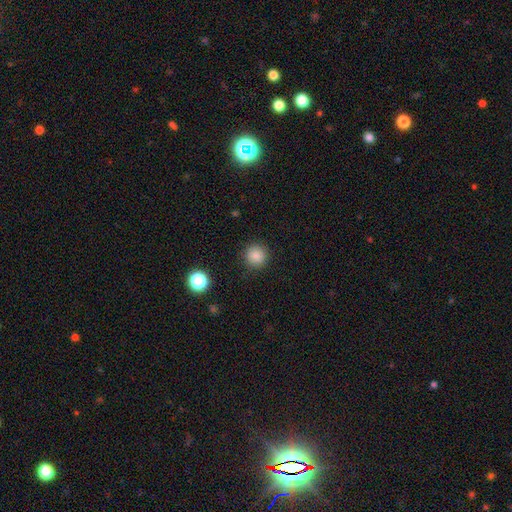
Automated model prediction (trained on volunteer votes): The model was most divided on "smooth or featured": smooth: 85%, star or artifact: 11%, featured or disk: 4%. More confident: how rounded — round (95%); merging — none (89%).